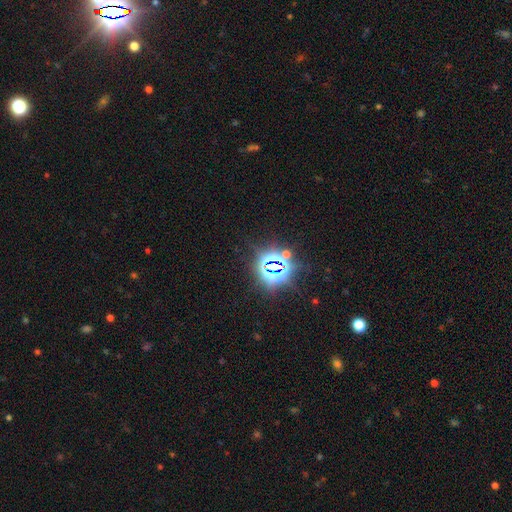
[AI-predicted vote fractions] This is clearly a star or artifact rather than a galaxy (83%).